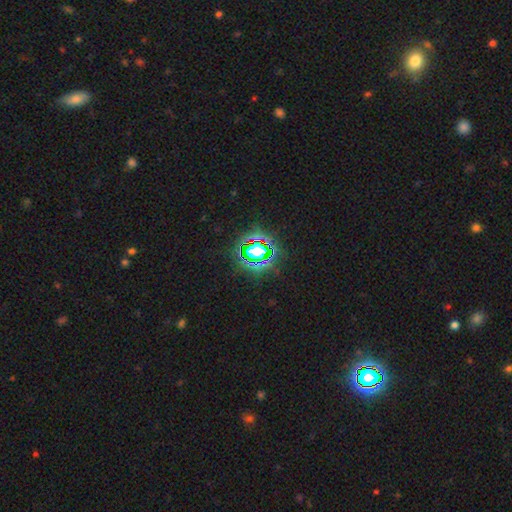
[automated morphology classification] This appears to be a star or artifact, not a galaxy (70%).